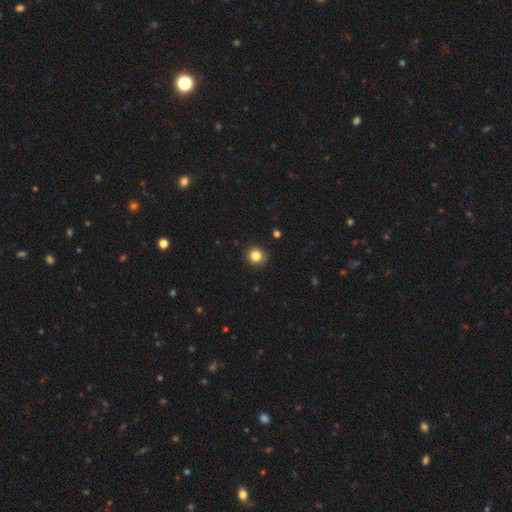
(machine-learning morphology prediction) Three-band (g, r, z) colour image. It shows a smooth galaxy with no disk features (84%) that is round (91%). Merging: none (91%).